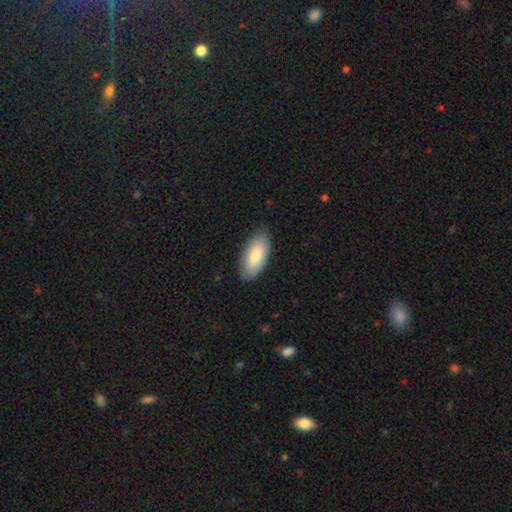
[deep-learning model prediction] This is likely a smooth galaxy (79%). How rounded: clearly in between (91%). Merging: clearly none (86%).